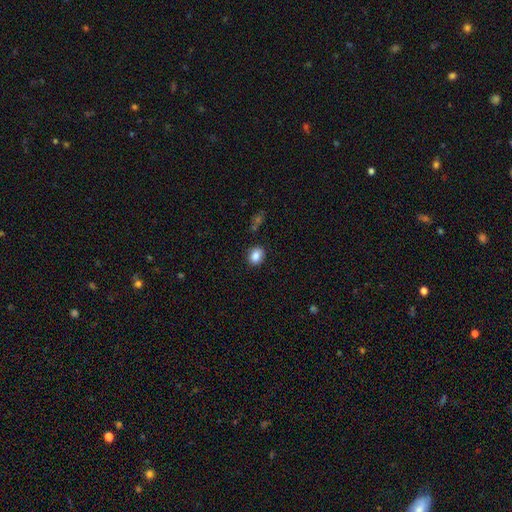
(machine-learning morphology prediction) Smooth or featured? smooth (86%)
How rounded? round (51%)
Merging? none (87%)